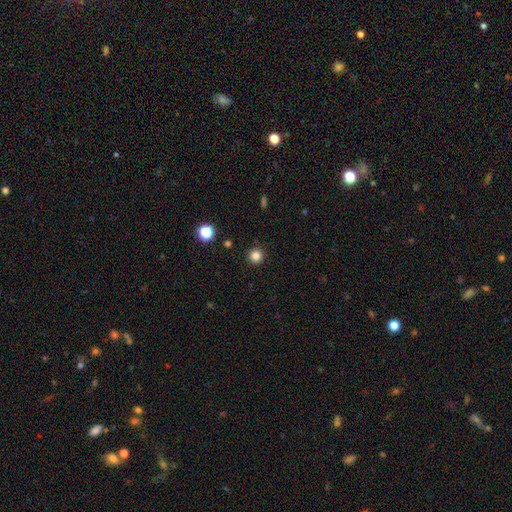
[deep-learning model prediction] Smooth or featured? Predicted: smooth (p=0.83). How rounded? Predicted: round (p=0.96). Merging? Predicted: none (p=0.92).